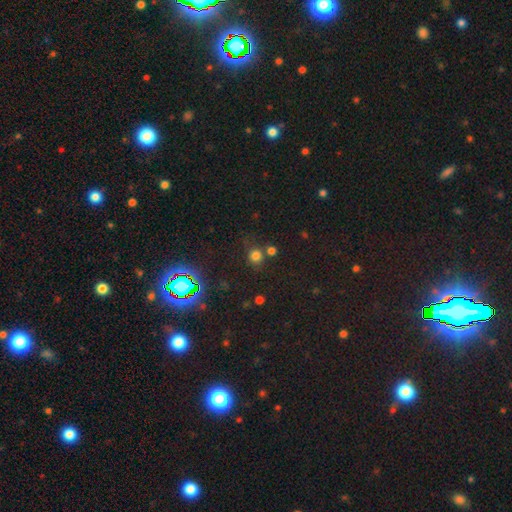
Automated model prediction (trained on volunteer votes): Smooth or featured? Predicted: smooth (p=0.72). How rounded? Predicted: round (p=0.89). Merging? Predicted: none (p=0.72).